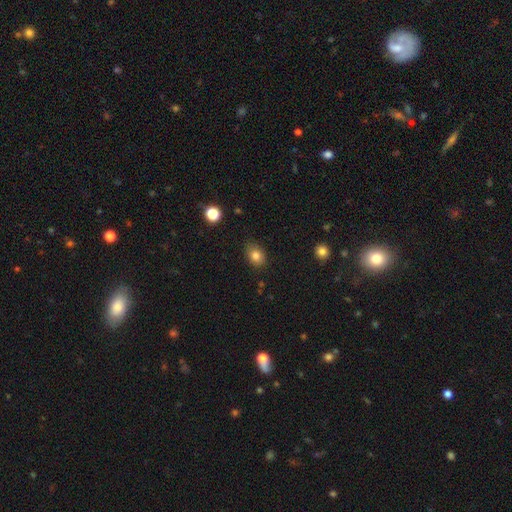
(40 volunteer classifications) Smooth or featured? 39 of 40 (98%) said smooth. How rounded? 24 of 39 (62%) said in between. Merging? 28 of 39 (72%) said none.